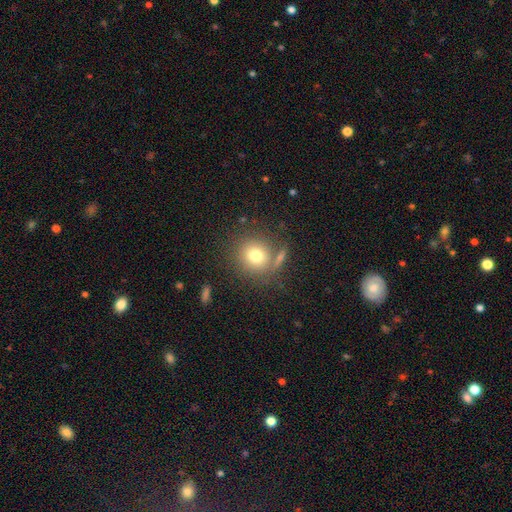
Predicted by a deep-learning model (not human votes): Smooth or featured? smooth (75%)
How rounded? round (88%)
Merging? none (71%)